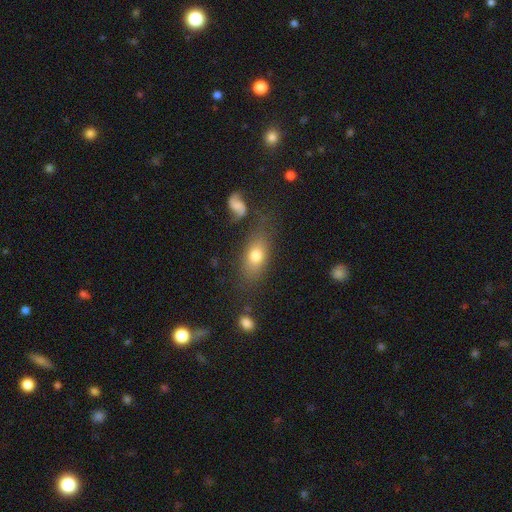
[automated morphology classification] A smooth galaxy with no disk features (73%) that is in between round and cigar-shaped (78%). Merging: none (69%).